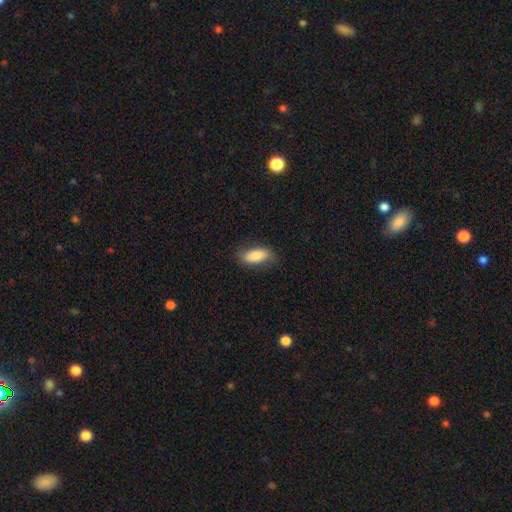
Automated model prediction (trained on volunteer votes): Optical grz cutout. It shows a smooth galaxy with no disk features (83%) that is in between round and cigar-shaped (85%). Merging: none (79%).